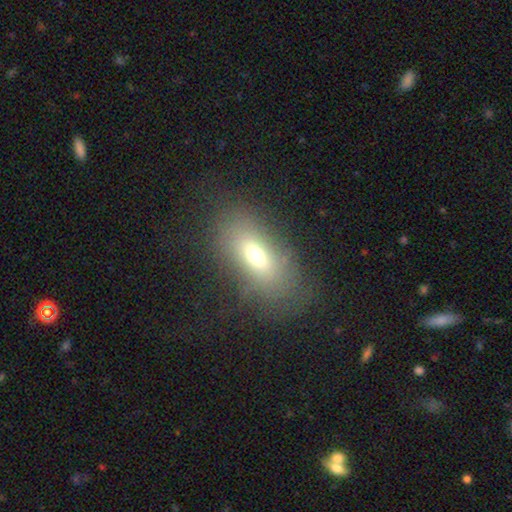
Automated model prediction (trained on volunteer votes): Overall: smooth (65%). How rounded: in between (83%). Merging: none (74%).